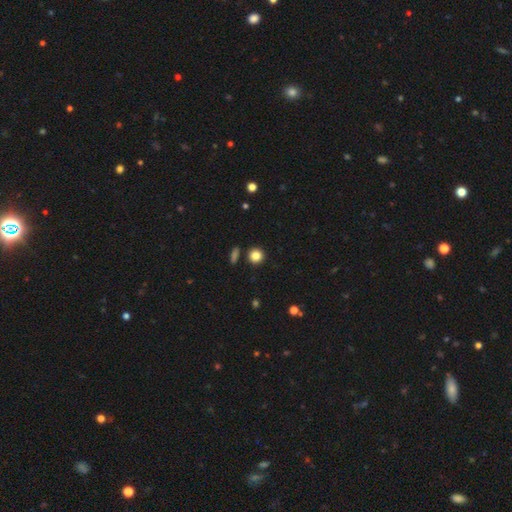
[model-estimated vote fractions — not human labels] A smooth galaxy with no disk features (84%) that is round (92%). Merging: none (88%).